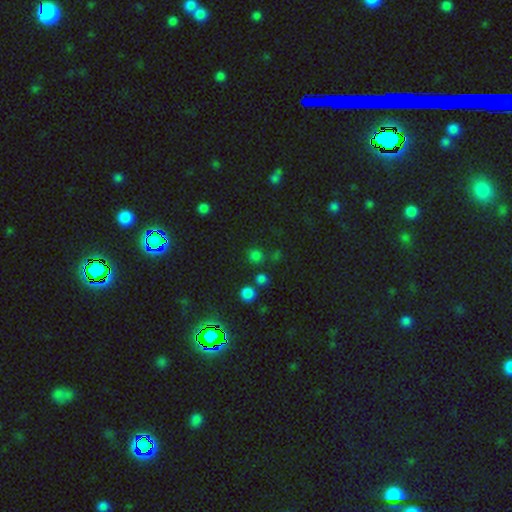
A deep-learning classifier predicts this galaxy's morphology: The model was most divided on "smooth or featured": smooth: 69%, star or artifact: 26%, featured or disk: 5%. More confident: how rounded — round (90%); merging — none (77%).